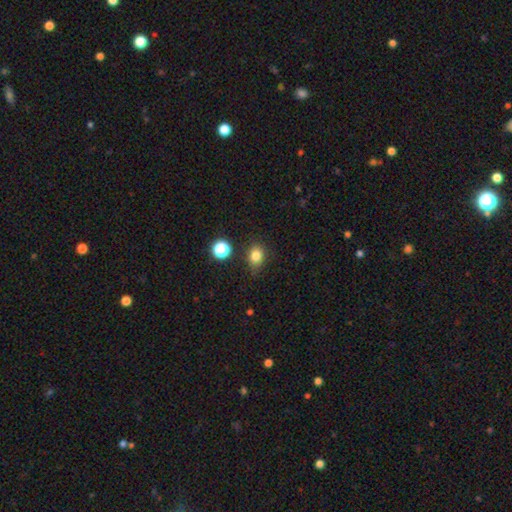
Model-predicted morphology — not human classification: A smooth galaxy with no disk features (81%) that is round (55%). Merging: none (79%).